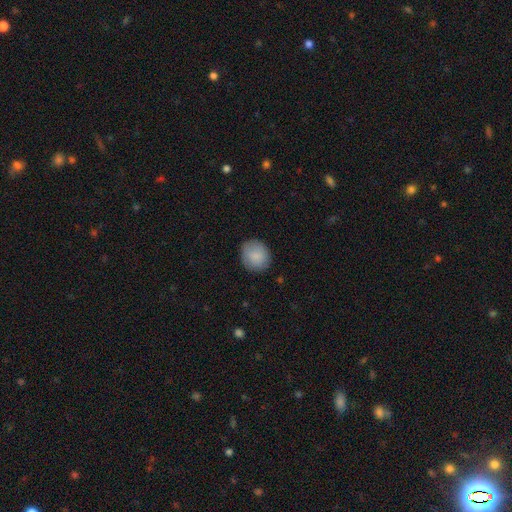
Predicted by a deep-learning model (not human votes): smooth-or-featured: smooth: 86% | featured or disk: 7% | star or artifact: 7%
  how-rounded: round: 78% | in between: 21% | cigar-shaped: 1%
  merging: none: 83% | minor disturbance: 13% | major disturbance: 3% | merger: 1%